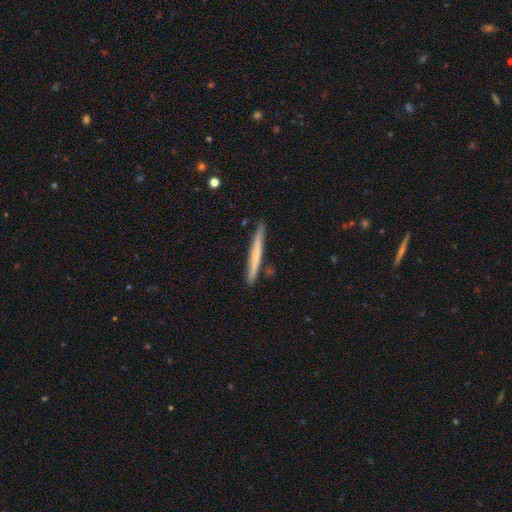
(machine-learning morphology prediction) This is possibly a smooth galaxy (48%). Merging: clearly none (86%).